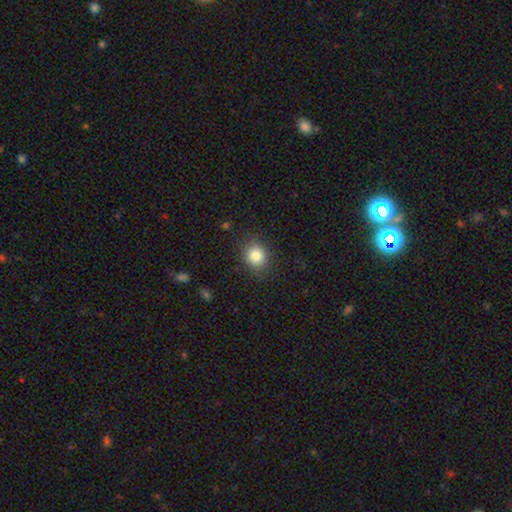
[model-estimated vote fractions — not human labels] The model was most divided on "how rounded": round: 70%, in between: 29%, cigar-shaped: 1%. More confident: smooth or featured — smooth (84%); merging — none (84%).